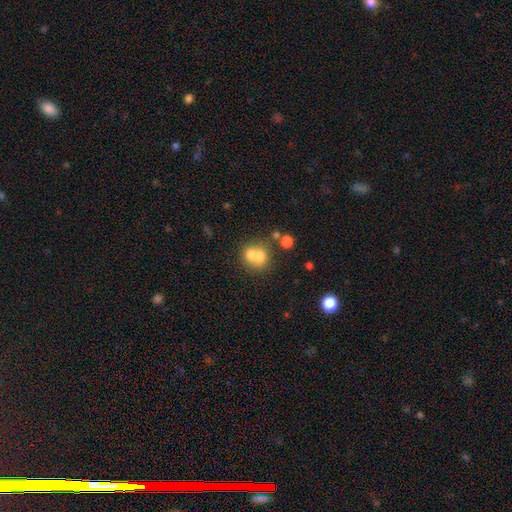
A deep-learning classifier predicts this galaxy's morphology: Smooth or featured?
  - smooth: 67% *
  - featured or disk: 22%
  - star or artifact: 12%
How rounded?
  - round: 73% *
  - in between: 26%
  - cigar-shaped: 1%
Merging?
  - merger: 60% *
  - none: 30%
  - minor disturbance: 6%
  - major disturbance: 3%